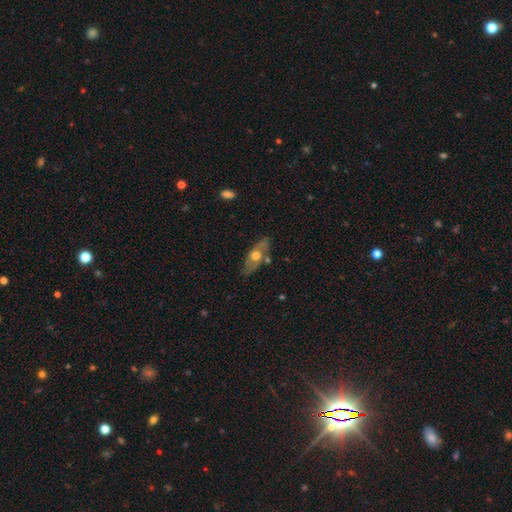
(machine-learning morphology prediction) Overall: featured or disk (51%; smooth 43%). Edge-on disk: no (67%; yes 33%). Merging: none (70%).